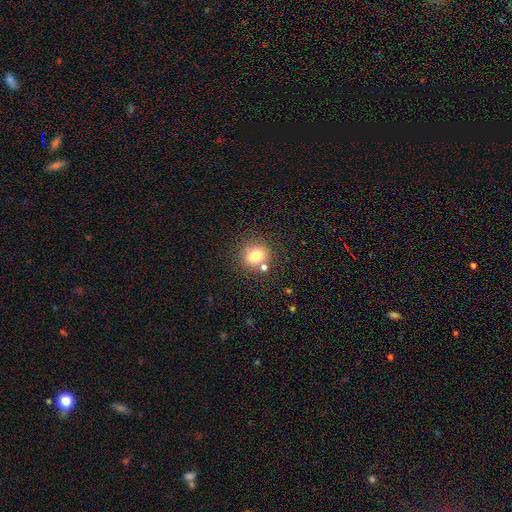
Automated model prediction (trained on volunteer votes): A smooth galaxy with no disk features (77%) that is round (83%).

Vote fractions:
- Smooth or featured? smooth: 77% / star or artifact: 13% / featured or disk: 10%
- How rounded? round: 83% / in between: 16% / cigar-shaped: 1%
- Merging? none: 75% / merger: 11% / minor disturbance: 11% / major disturbance: 3%